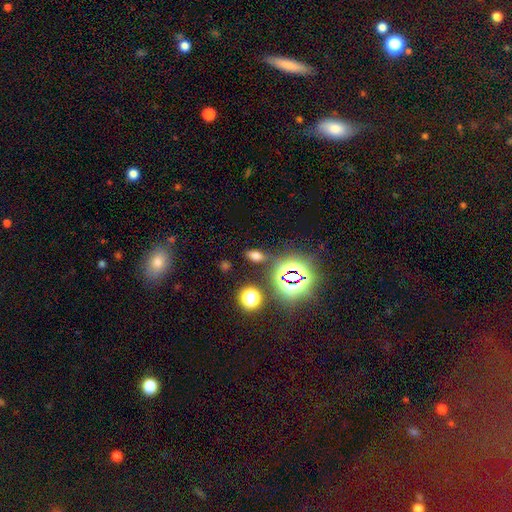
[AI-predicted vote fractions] smooth_or_featured: smooth (p=0.58) [alt: star or artifact p=0.32]
how_rounded: in between (p=0.80) [alt: round p=0.11]
merging: none (p=0.81) [alt: minor disturbance p=0.10]